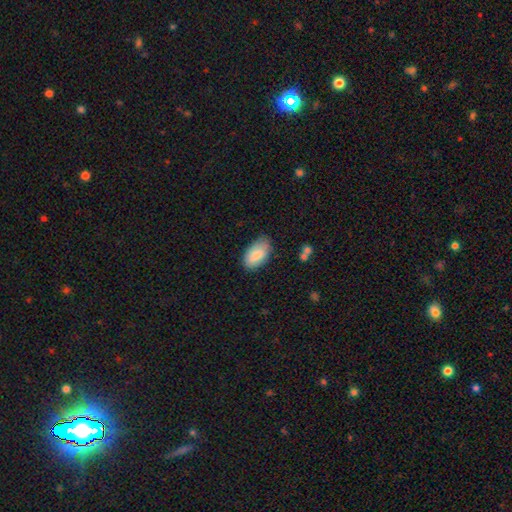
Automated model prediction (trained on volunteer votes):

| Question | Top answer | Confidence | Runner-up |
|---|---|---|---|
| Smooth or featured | smooth | 85% | featured or disk (9%) |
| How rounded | in between | 95% | round (3%) |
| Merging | none | 74% | minor disturbance (21%) |